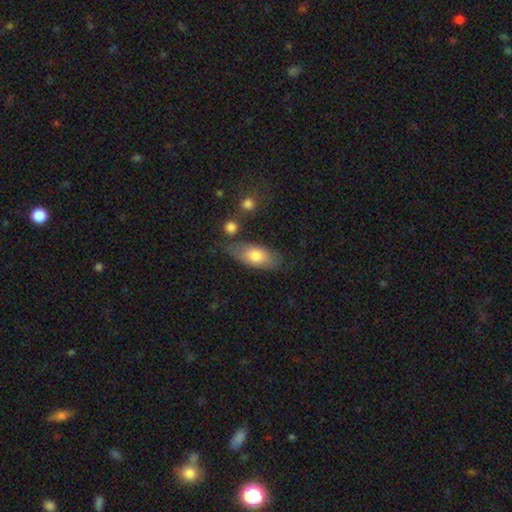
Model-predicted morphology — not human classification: Smooth or featured: smooth — 74% (featured or disk — 20%)
How rounded: in between — 87% (cigar-shaped — 9%)
Merging: none — 62% (minor disturbance — 24%)